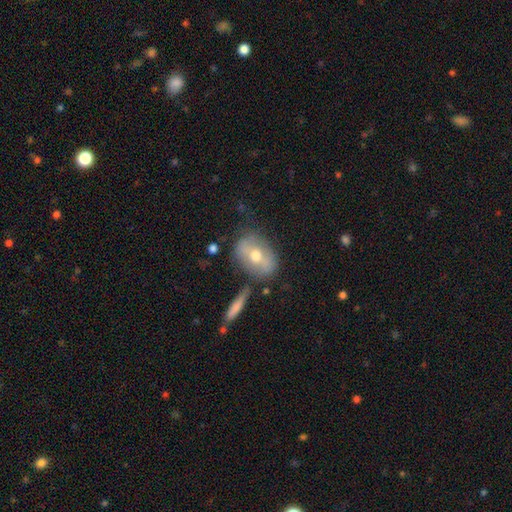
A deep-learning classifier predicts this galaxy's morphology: smooth_or_featured: smooth (p=0.47) [alt: featured or disk p=0.45]
merging: none (p=0.69) [alt: minor disturbance p=0.17]